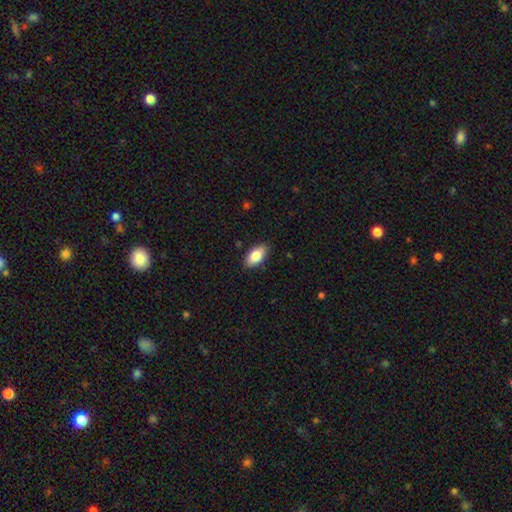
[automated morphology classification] type=smooth (83%); roundness=in between (92%); merging=none (86%).